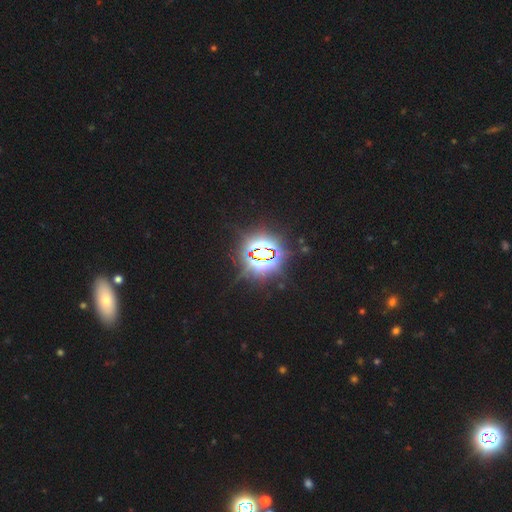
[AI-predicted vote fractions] This appears to be a star or artifact, not a galaxy (84%).